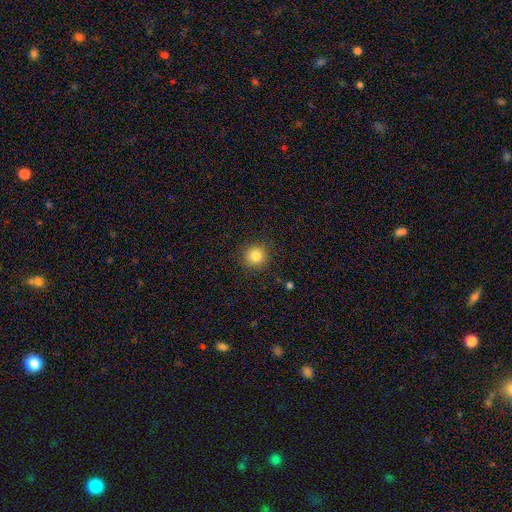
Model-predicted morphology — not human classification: A smooth galaxy with no disk features (83%) that is round (93%). Merging: none (90%).